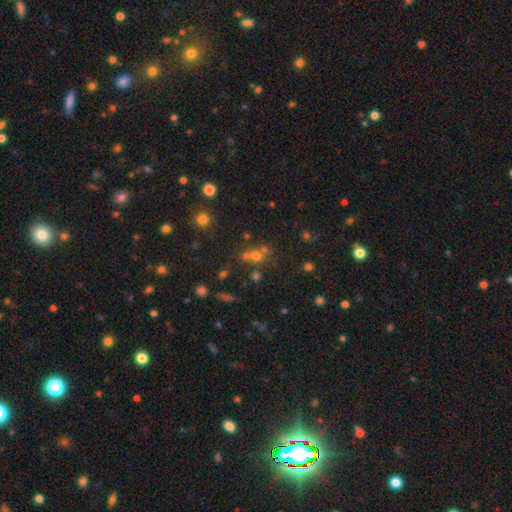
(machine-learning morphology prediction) This is possibly a smooth galaxy (51%). How rounded: clearly round (81%). Merging: possibly none (51%).